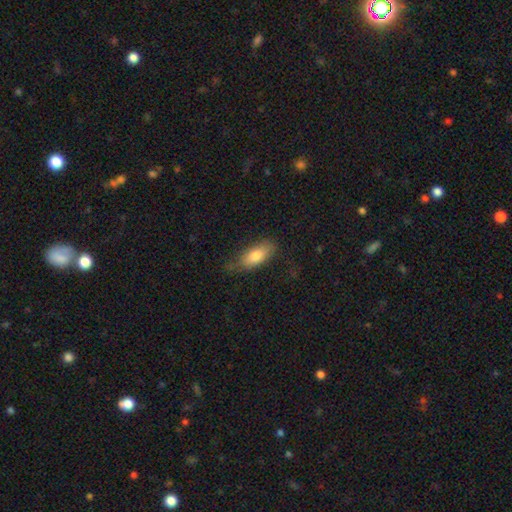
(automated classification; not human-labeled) Morphology: type=smooth (78%); roundness=in between (82%); merging=none (66%).